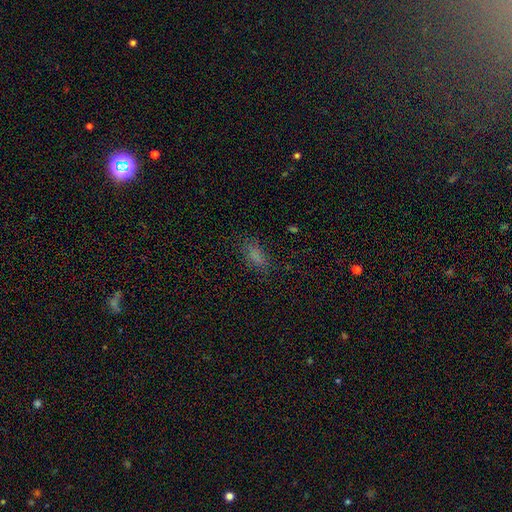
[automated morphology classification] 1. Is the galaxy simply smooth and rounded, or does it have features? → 76% smooth, 17% star or artifact, 8% featured or disk.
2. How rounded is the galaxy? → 82% in between, 13% cigar-shaped, 5% round.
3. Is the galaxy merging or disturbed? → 74% none, 17% minor disturbance, 7% major disturbance, 2% merger.